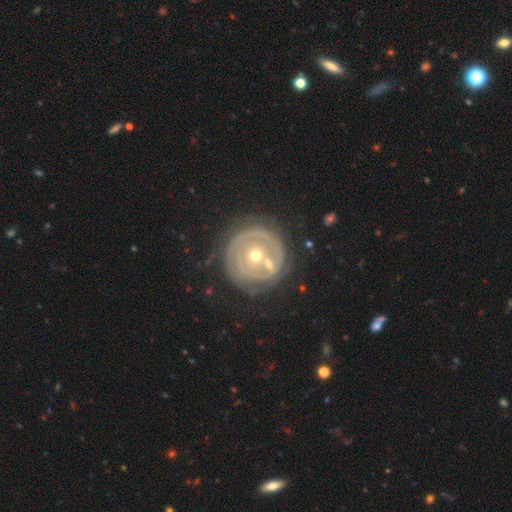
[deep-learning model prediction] Q: Smooth or featured?
A: featured or disk (75%); runner-up: smooth (18%)
Q: Edge-on disk?
A: no (96%); runner-up: yes (4%)
Q: Bar?
A: no (75%); runner-up: weak (17%)
Q: Spiral arms?
A: yes (56%); runner-up: no (44%)
Q: Bulge size?
A: small (48%); runner-up: moderate (47%)
Q: Merging?
A: none (59%); runner-up: merger (17%)